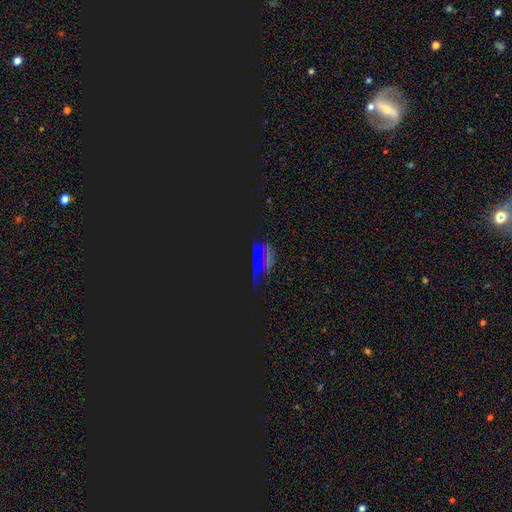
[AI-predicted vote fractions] Overall: star or artifact (63%).